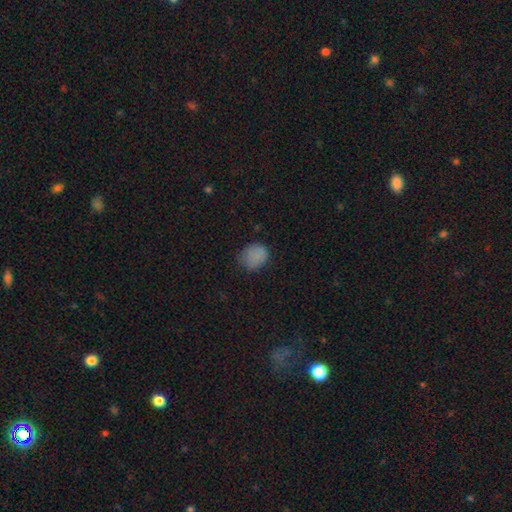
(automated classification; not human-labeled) Q: Smooth or featured?
A: smooth (82%); runner-up: star or artifact (11%)
Q: How rounded?
A: round (57%); runner-up: in between (42%)
Q: Merging?
A: none (61%); runner-up: minor disturbance (30%)